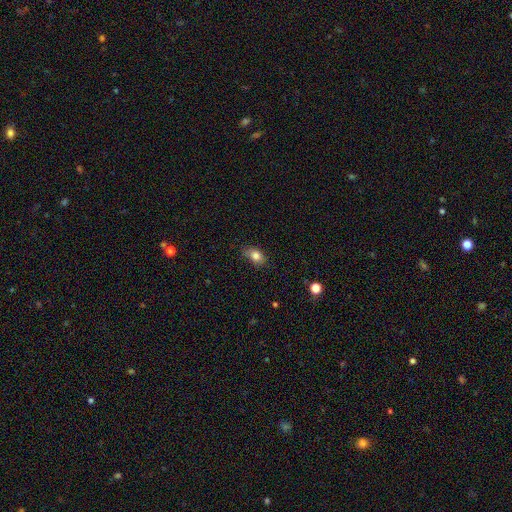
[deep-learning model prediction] This is clearly a smooth galaxy (83%). How rounded: likely in between (77%). Merging: likely none (69%).